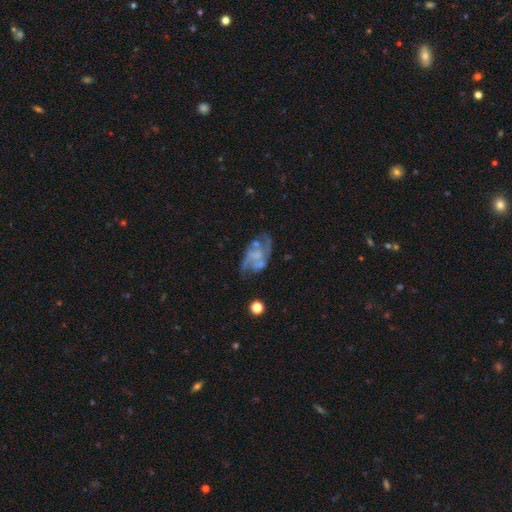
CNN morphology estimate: Smooth or featured? Predicted: featured or disk (p=0.73). Edge-on disk? Predicted: no (p=0.97). Bar? Predicted: no (p=0.64). Spiral arms? Predicted: yes (p=0.72). Spiral winding? Predicted: medium (p=0.42). Spiral arm count? Predicted: 2 (p=0.54). Bulge size? Predicted: none (p=0.58). Merging? Predicted: none (p=0.44).